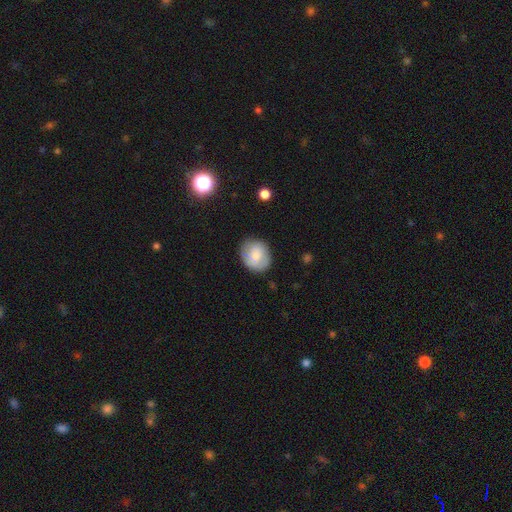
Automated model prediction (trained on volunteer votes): This appears to be a smooth galaxy with no disk features (71%) that is round (68%). Merging: none (77%).